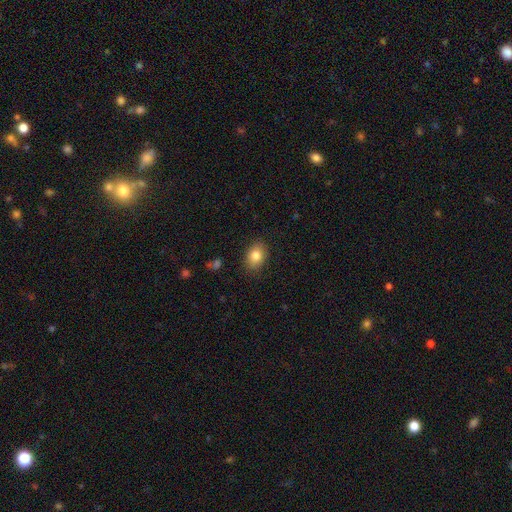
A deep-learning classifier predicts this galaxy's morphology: smooth_or_featured: smooth (p=0.83) [alt: star or artifact p=0.09]
how_rounded: in between (p=0.72) [alt: round p=0.27]
merging: none (p=0.86) [alt: minor disturbance p=0.10]